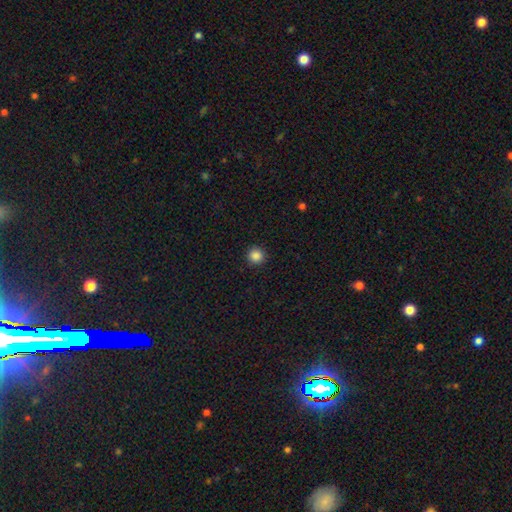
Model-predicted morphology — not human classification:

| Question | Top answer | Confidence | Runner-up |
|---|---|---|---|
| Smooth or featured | smooth | 87% | star or artifact (10%) |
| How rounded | round | 95% | in between (4%) |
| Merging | none | 92% | minor disturbance (5%) |